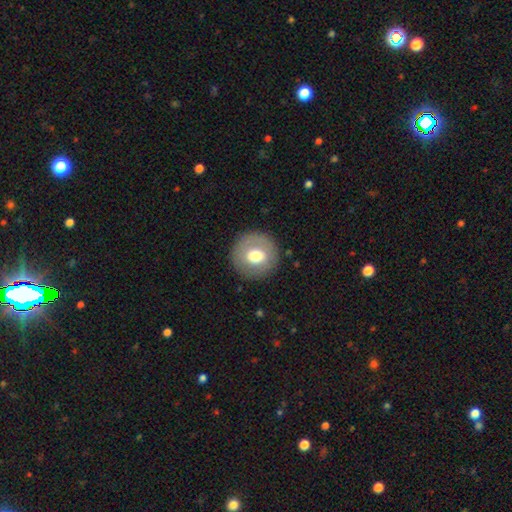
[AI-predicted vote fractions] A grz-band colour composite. It shows a smooth galaxy with no disk features (66%) that is round (93%). Merging: none (87%).